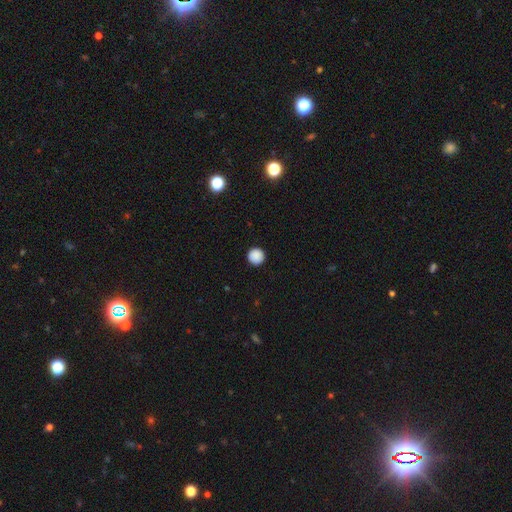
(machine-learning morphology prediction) smooth 89%, star or artifact 9%, featured or disk 2%. Down the decision tree: how rounded — round (96%); merging — none (93%).